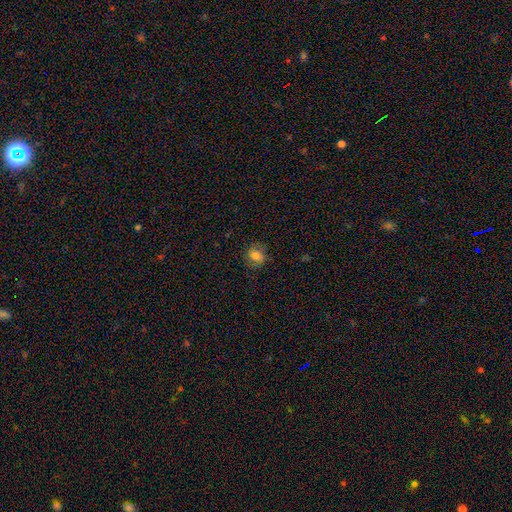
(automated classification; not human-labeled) A smooth galaxy with no disk features (76%) that is round (66%).

Vote fractions:
- Smooth or featured? smooth: 76% / featured or disk: 12% / star or artifact: 12%
- How rounded? round: 66% / in between: 33% / cigar-shaped: 1%
- Merging? none: 78% / minor disturbance: 15% / major disturbance: 5% / merger: 1%